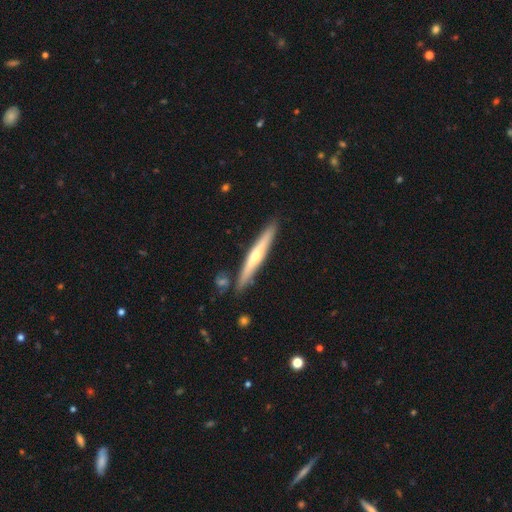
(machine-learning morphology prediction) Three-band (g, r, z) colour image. It shows a featured or disk galaxy (62%) viewed edge-on (95%) with a rounded central bulge (80%). Merging: none (87%).